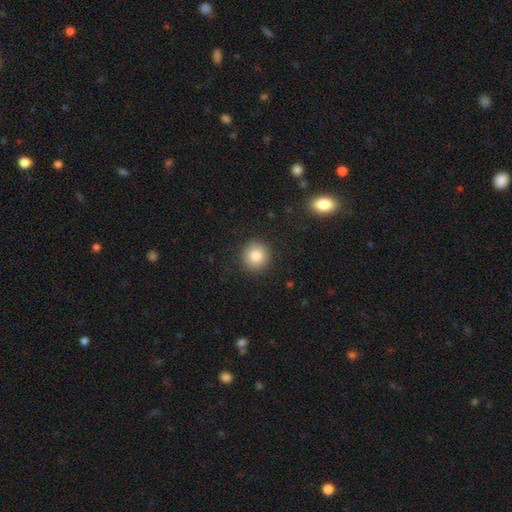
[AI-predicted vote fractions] This appears to be a smooth galaxy with no disk features (85%) that is round (93%). Merging: none (91%).